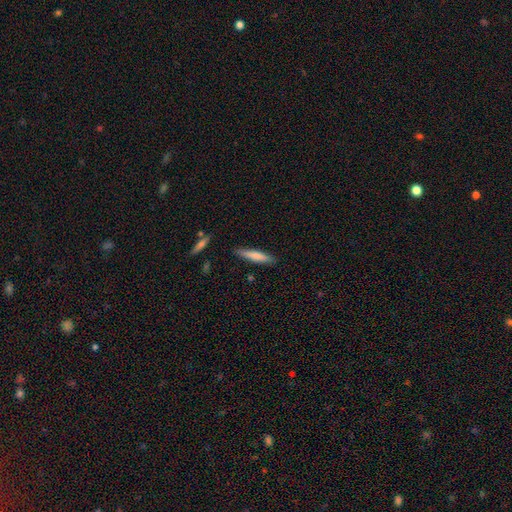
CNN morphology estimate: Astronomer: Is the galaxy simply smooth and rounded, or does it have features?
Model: smooth — 72%.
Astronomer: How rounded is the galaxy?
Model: cigar-shaped — 88%.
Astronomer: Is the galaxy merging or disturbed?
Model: none — 86%.